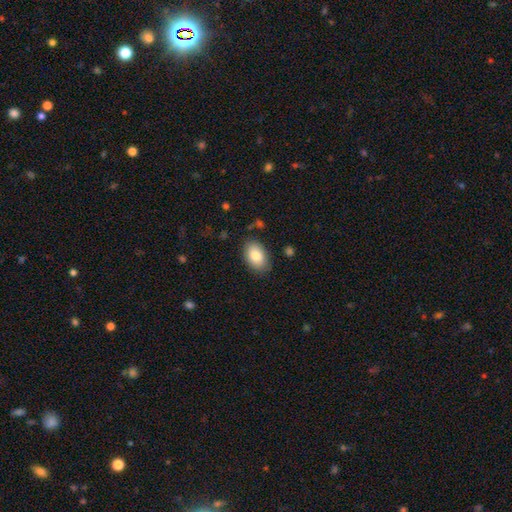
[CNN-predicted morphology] Overall: smooth (84%). How rounded: in between (89%). Merging: none (84%).